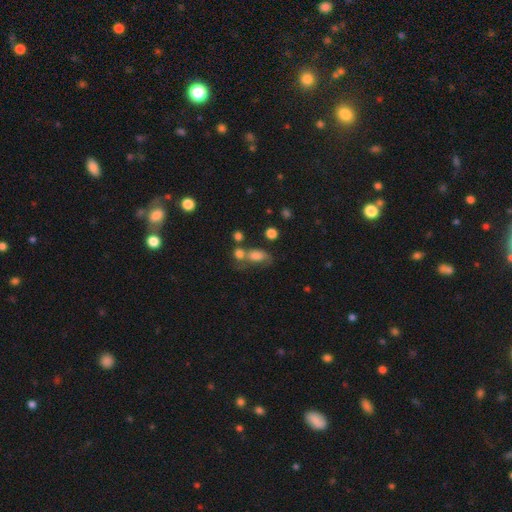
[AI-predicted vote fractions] The model was most divided on "merging": merger: 35%, none: 30%, minor disturbance: 18%, major disturbance: 17%. More confident: how rounded — in between (77%); smooth or featured — smooth (68%).